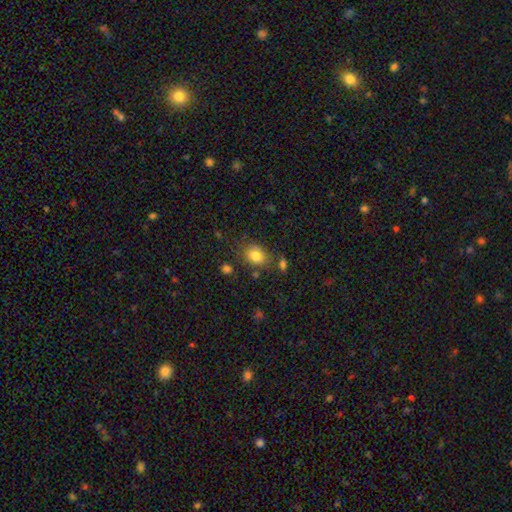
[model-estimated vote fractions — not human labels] A smooth galaxy with no disk features (82%) that is in between round and cigar-shaped (57%).

Vote fractions:
- Smooth or featured? smooth: 82% / star or artifact: 10% / featured or disk: 8%
- How rounded? in between: 57% / round: 42% / cigar-shaped: 1%
- Merging? none: 71% / minor disturbance: 16% / merger: 8% / major disturbance: 5%